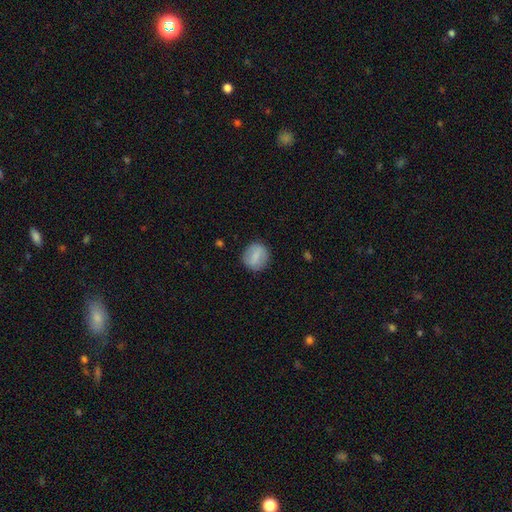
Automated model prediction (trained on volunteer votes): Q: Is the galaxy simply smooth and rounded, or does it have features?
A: smooth — 70%.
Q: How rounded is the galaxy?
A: round — 76%.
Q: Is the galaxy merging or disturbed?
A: none — 85%.